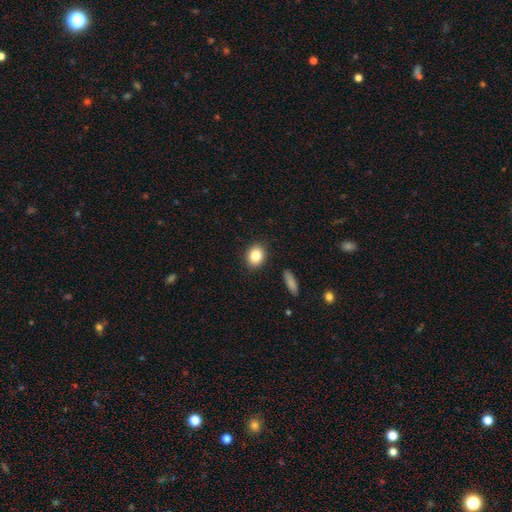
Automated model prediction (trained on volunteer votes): This is clearly a smooth galaxy (83%). How rounded: possibly round (53%). Merging: clearly none (89%).